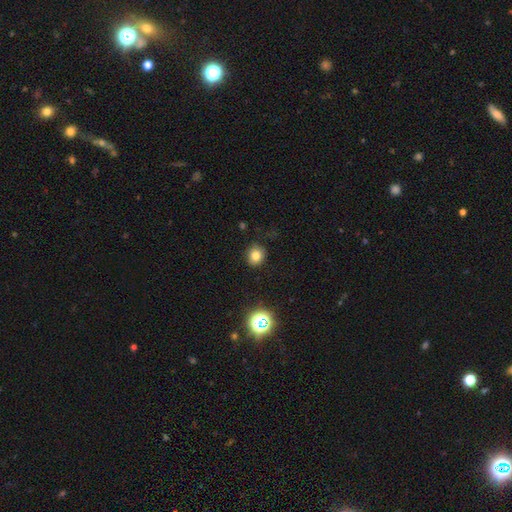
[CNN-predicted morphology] The model was most divided on "how rounded": round: 76%, in between: 23%, cigar-shaped: 1%. More confident: merging — none (87%); smooth or featured — smooth (78%).